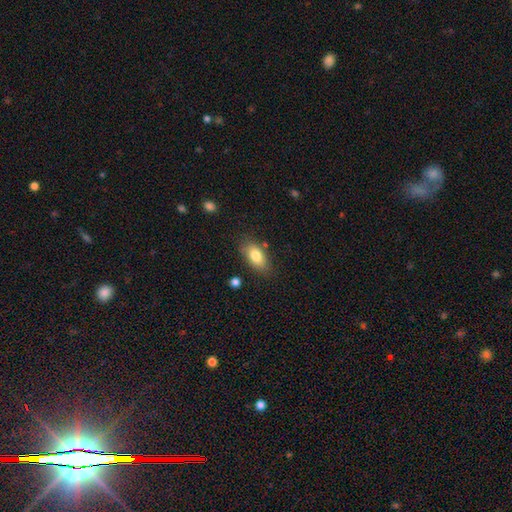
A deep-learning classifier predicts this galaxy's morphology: This is clearly a smooth galaxy (81%). How rounded: clearly in between (89%). Merging: likely none (77%).